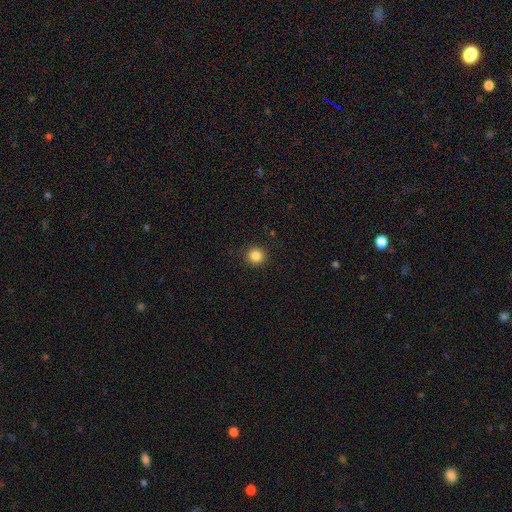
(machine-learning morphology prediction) smooth_or_featured: smooth (p=0.85) [alt: star or artifact p=0.11]
how_rounded: round (p=0.93) [alt: in between p=0.06]
merging: none (p=0.91) [alt: minor disturbance p=0.06]